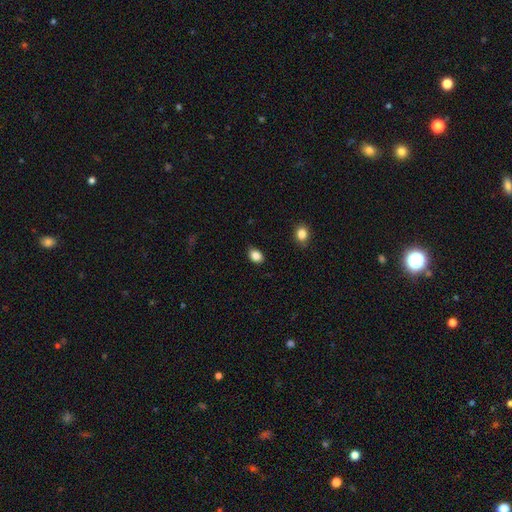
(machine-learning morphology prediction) smooth 85%, star or artifact 9%, featured or disk 5%. Down the decision tree: how rounded — in between (74%); merging — none (83%).